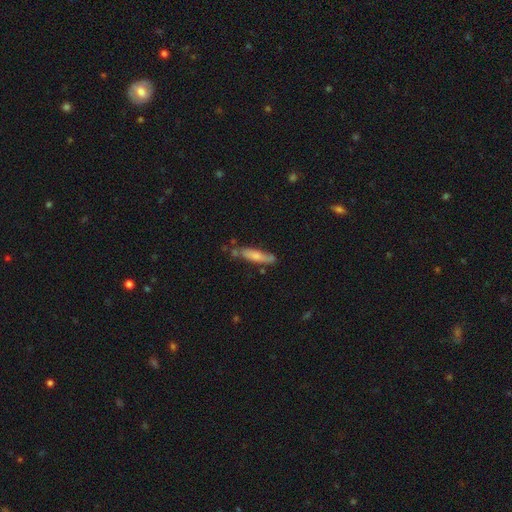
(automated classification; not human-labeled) smooth_or_featured: smooth (p=0.67) [alt: featured or disk p=0.27]
how_rounded: cigar-shaped (p=0.82) [alt: in between p=0.16]
merging: none (p=0.67) [alt: minor disturbance p=0.21]